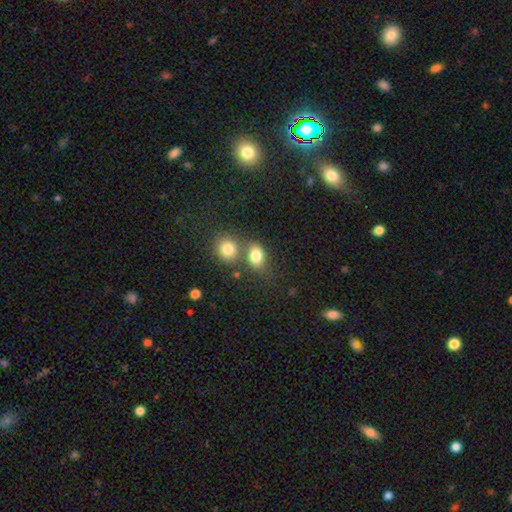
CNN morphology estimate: type=smooth (80%); roundness=in between (59%); merging=none (47%).